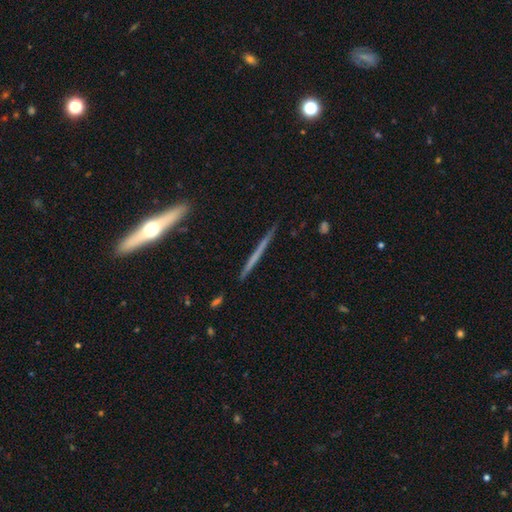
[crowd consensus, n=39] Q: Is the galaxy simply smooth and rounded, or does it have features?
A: featured or disk — 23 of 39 (59%).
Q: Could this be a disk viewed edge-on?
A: yes — 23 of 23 (100%).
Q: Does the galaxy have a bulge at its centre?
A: none — 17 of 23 (74%).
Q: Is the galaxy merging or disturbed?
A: none — 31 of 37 (84%).